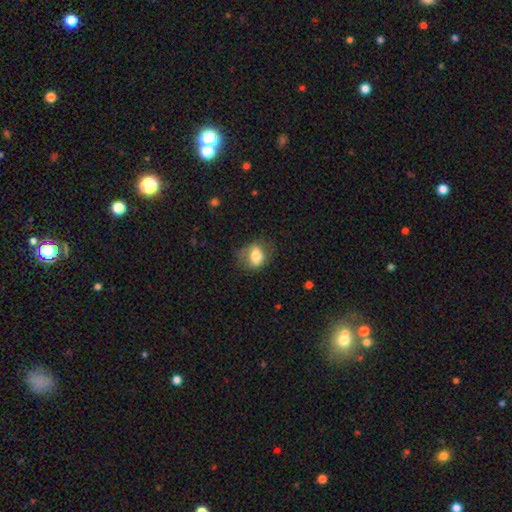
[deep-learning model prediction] smooth_or_featured: smooth (p=0.62) [alt: featured or disk p=0.29]
how_rounded: in between (p=0.65) [alt: round p=0.33]
merging: none (p=0.53) [alt: minor disturbance p=0.27]